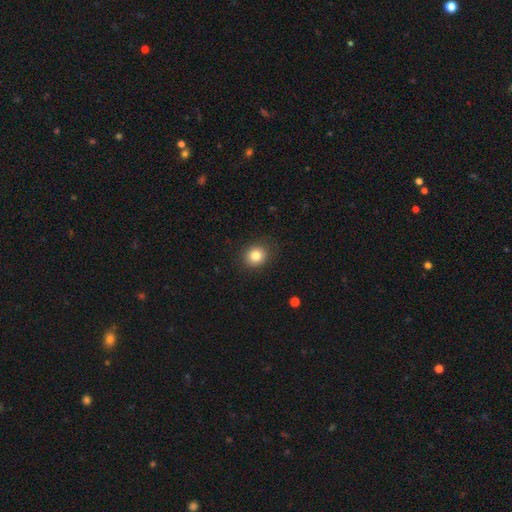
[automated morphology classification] Overall: smooth (82%). How rounded: round (77%). Merging: none (87%).